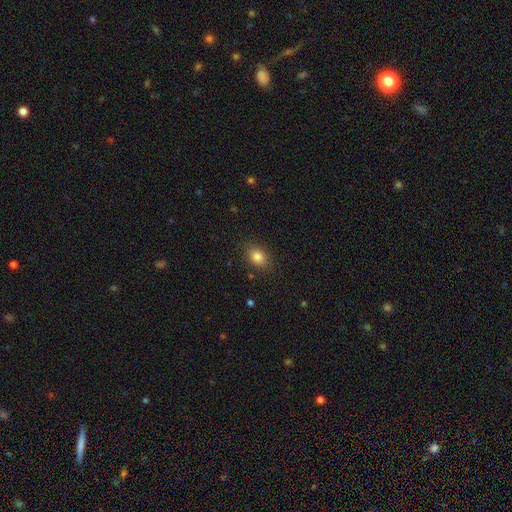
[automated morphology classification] type=smooth (82%); roundness=in between (69%); merging=none (85%).